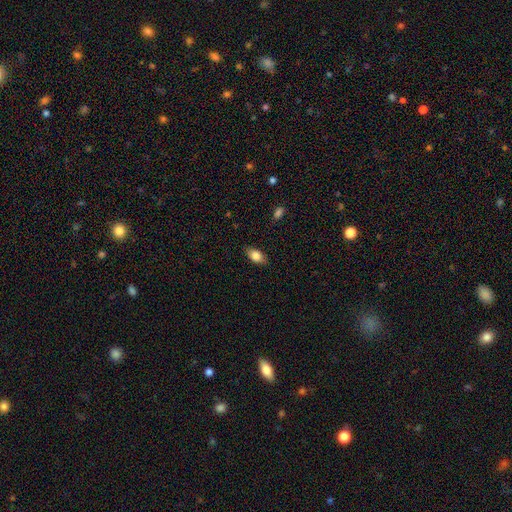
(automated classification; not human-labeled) Smooth or featured? smooth (79%)
How rounded? in between (87%)
Merging? none (84%)